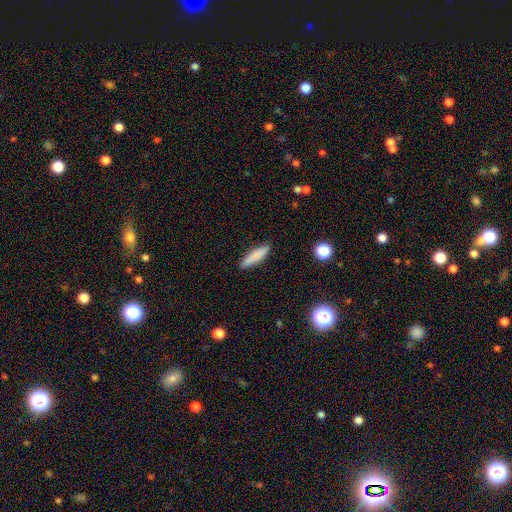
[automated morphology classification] A smooth galaxy with no disk features (83%) that is cigar-shaped (78%). Merging: none (88%).